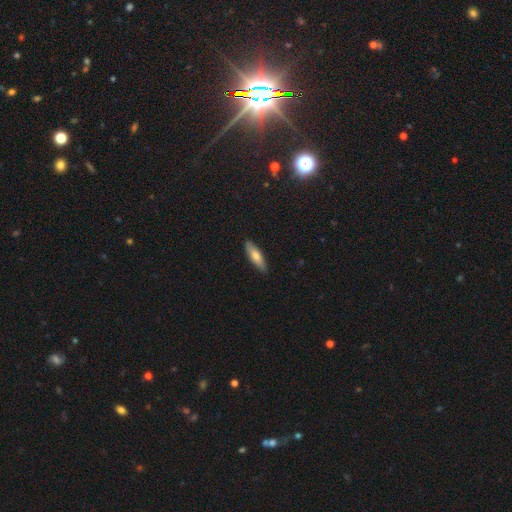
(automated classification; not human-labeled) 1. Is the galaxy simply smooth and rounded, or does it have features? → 67% smooth, 27% featured or disk, 6% star or artifact.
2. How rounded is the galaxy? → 57% cigar-shaped, 41% in between, 2% round.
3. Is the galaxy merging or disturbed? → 88% none, 9% minor disturbance, 2% major disturbance, 1% merger.